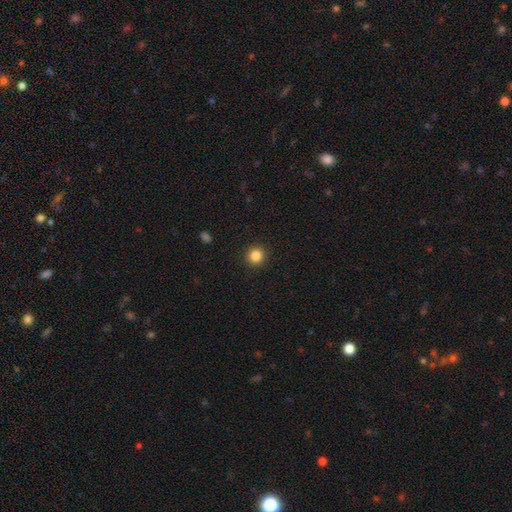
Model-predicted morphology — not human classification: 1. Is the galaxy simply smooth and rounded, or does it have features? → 85% smooth, 11% star or artifact, 4% featured or disk.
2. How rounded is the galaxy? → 95% round, 4% in between, 1% cigar-shaped.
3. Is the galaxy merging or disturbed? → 92% none, 5% minor disturbance, 2% major disturbance, 1% merger.